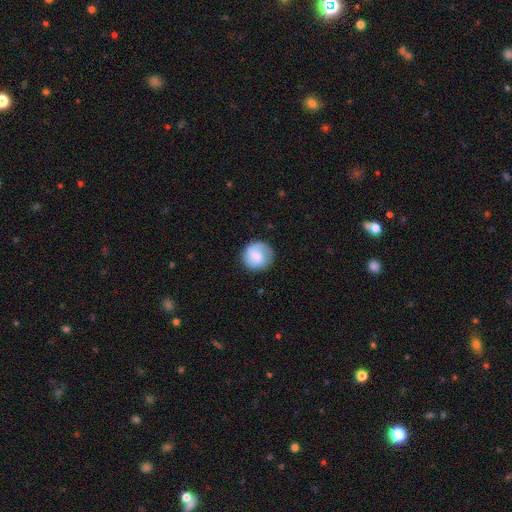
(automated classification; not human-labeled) This appears to be a smooth galaxy with no disk features (61%) that is round (92%). Merging: none (81%).